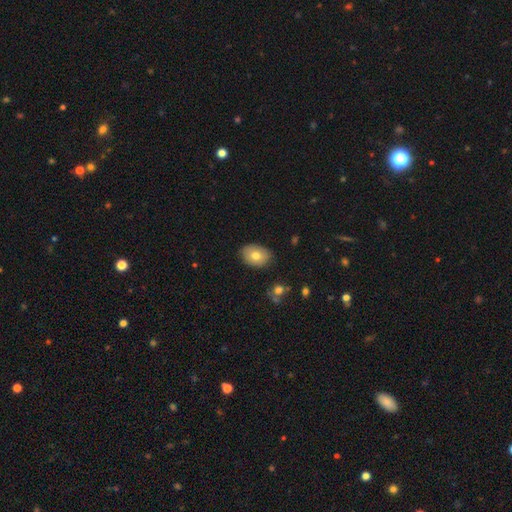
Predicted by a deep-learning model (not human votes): Smooth or featured? smooth (75%)
How rounded? in between (75%)
Merging? none (83%)